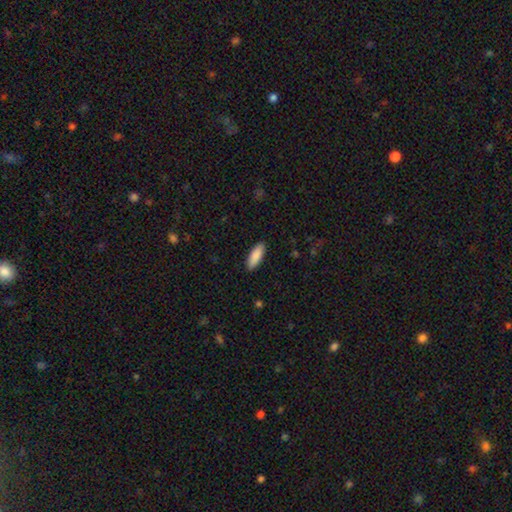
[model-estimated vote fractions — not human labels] smooth 89%, featured or disk 6%, star or artifact 6%. Down the decision tree: how rounded — in between (64%); merging — none (90%).